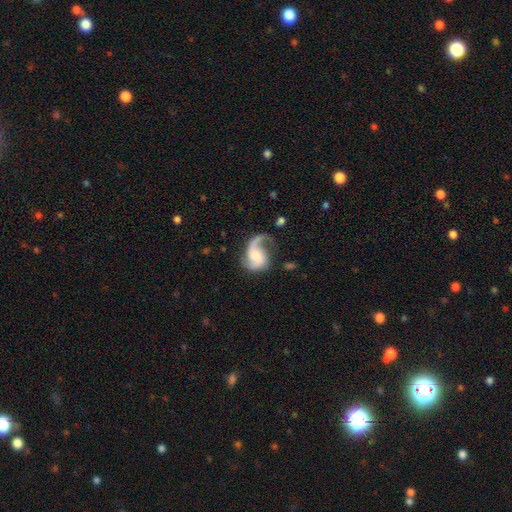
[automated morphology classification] The model was most divided on "bulge size": moderate: 44%, small: 32%, none: 12%, large: 10%, dominant: 2%. Remaining: edge-on disk — no (98%); spiral arms — yes (96%); smooth or featured — featured or disk (84%); spiral arm count — 2 (70%); bar — no (56%); spiral winding — loose (54%); merging — none (49%).